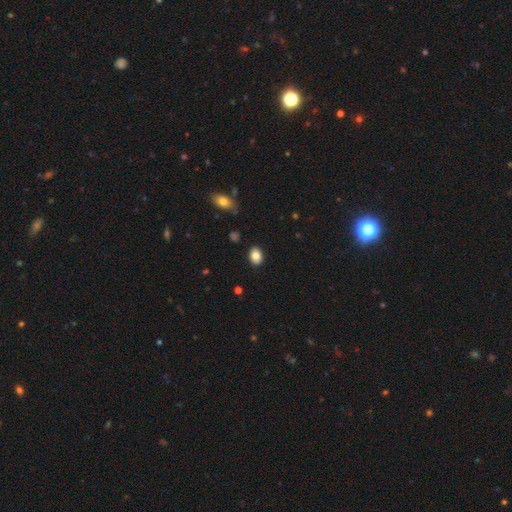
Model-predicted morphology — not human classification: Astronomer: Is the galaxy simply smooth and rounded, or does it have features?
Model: smooth — 84%.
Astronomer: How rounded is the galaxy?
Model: in between — 76%.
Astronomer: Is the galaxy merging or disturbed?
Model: none — 88%.